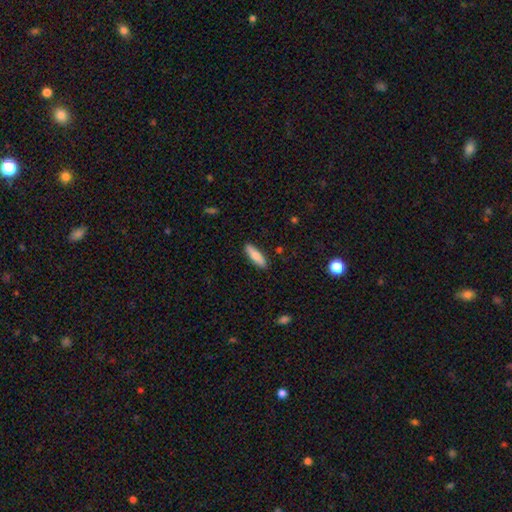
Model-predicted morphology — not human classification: Smooth or featured? smooth (70%)
How rounded? cigar-shaped (60%)
Merging? none (88%)